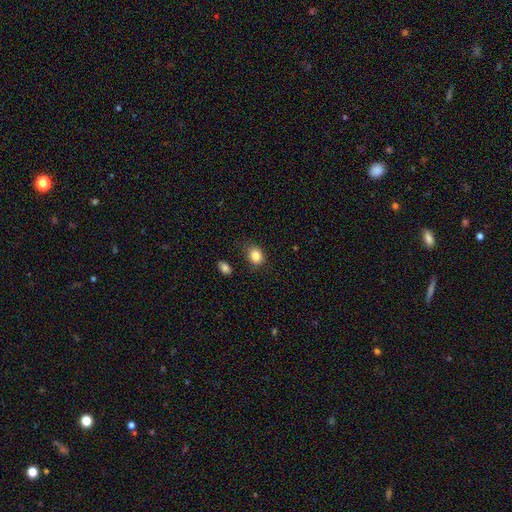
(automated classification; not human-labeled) This appears to be a smooth galaxy with no disk features (84%) that is round (51%). Merging: none (77%).